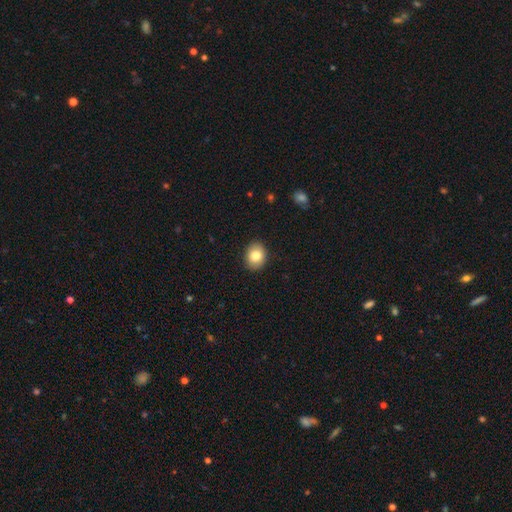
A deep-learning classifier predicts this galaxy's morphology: type=smooth (82%); roundness=round (50%); merging=none (90%).